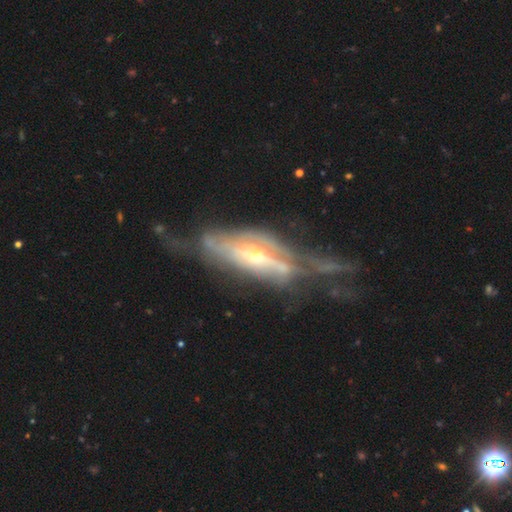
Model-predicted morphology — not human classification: This appears to be a featured or disk galaxy (79%) with no bar (62%), spiral arms (55%) and a moderate central bulge (50%). Merging: major disturbance (42%).